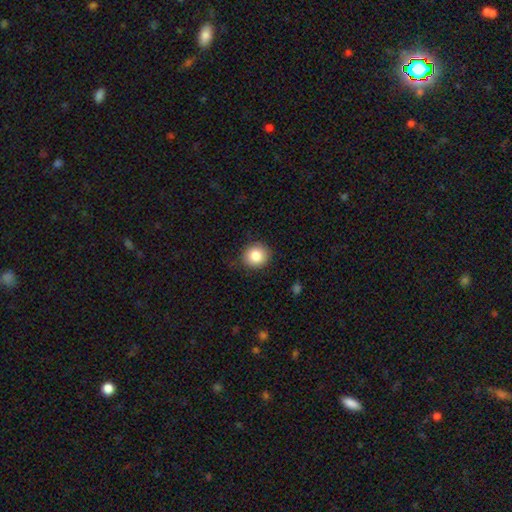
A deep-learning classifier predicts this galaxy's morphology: Smooth or featured: smooth — 84% (star or artifact — 9%)
How rounded: round — 88% (in between — 11%)
Merging: none — 86% (minor disturbance — 10%)